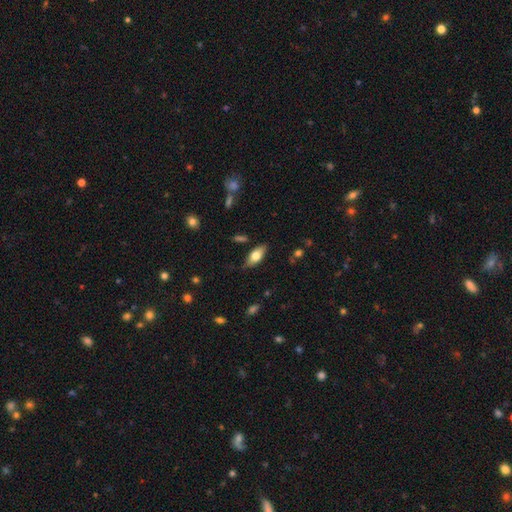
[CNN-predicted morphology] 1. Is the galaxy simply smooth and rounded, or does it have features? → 68% smooth, 25% featured or disk, 7% star or artifact.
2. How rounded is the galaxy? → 84% in between, 13% cigar-shaped, 3% round.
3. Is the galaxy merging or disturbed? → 79% none, 16% minor disturbance, 3% major disturbance, 2% merger.